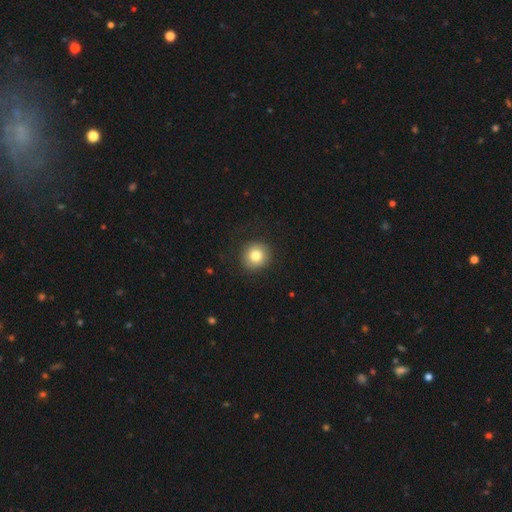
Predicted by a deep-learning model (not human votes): Overall: smooth (81%). How rounded: round (91%). Merging: none (89%).